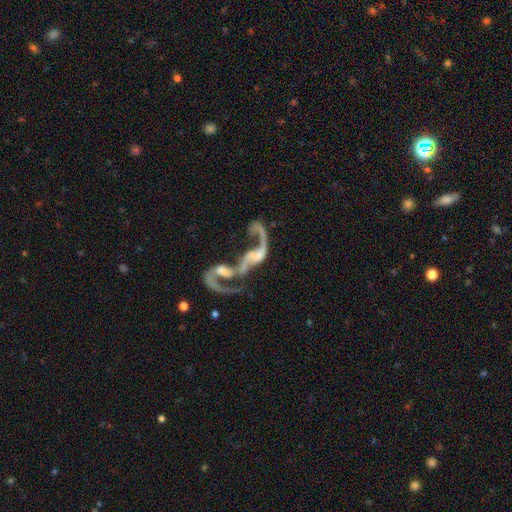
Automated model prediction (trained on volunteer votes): smooth_or_featured: featured or disk (p=0.76) [alt: smooth p=0.14]
disk_edge_on: no (p=0.94) [alt: yes p=0.06]
bar: no (p=0.61) [alt: weak p=0.27]
has_spiral_arms: yes (p=0.74) [alt: no p=0.26]
spiral_winding: loose (p=0.85) [alt: medium p=0.11]
spiral_arm_count: 2 (p=0.61) [alt: 1 p=0.26]
bulge_size: none (p=0.40) [alt: small p=0.26]
merging: merger (p=0.65) [alt: major disturbance p=0.19]